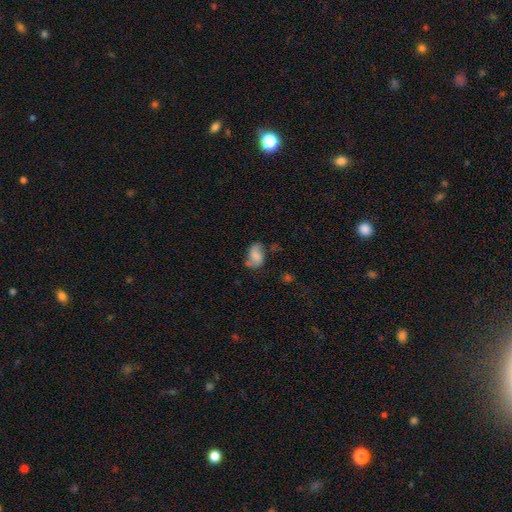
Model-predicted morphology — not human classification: Q: Smooth or featured?
A: smooth (55%); runner-up: featured or disk (35%)
Q: How rounded?
A: in between (85%); runner-up: round (13%)
Q: Merging?
A: none (51%); runner-up: minor disturbance (29%)